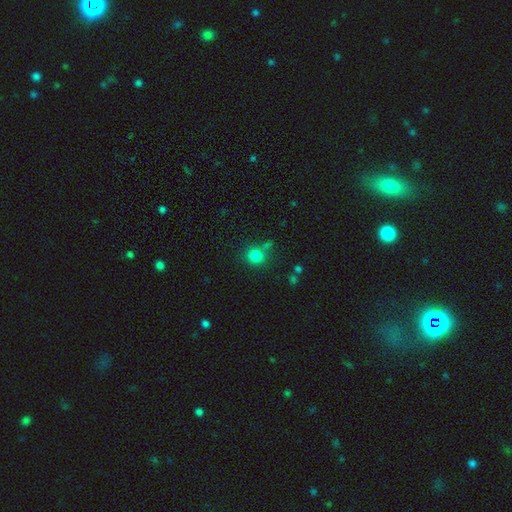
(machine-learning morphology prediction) Overall: smooth (82%). How rounded: round (87%). Merging: none (71%).